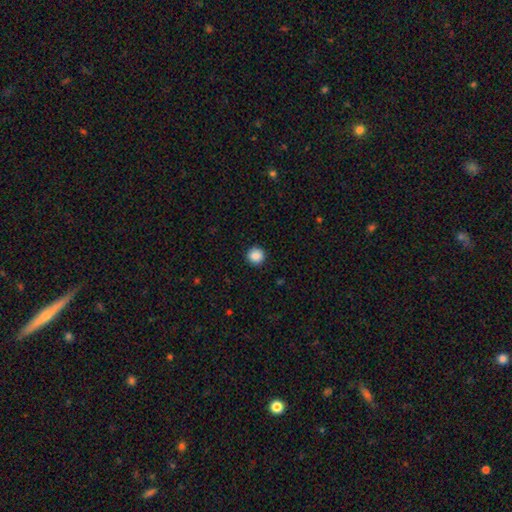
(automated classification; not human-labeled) Smooth or featured? Predicted: smooth (p=0.88). How rounded? Predicted: round (p=0.94). Merging? Predicted: none (p=0.92).